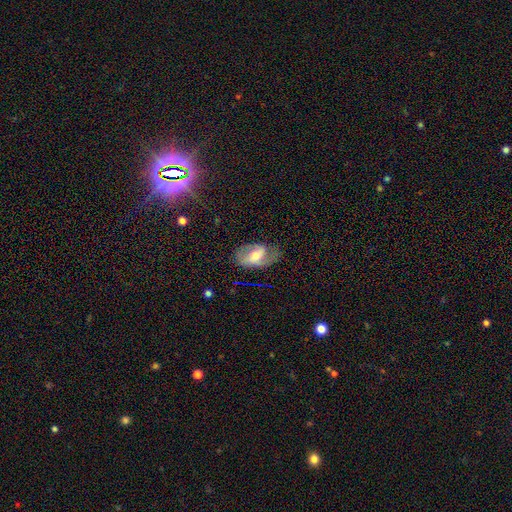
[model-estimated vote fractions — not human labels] Smooth or featured? featured or disk (67%)
Edge-on disk? no (95%)
Bar? weak (45%)
Spiral arms? yes (84%)
Spiral winding? medium (45%)
Spiral arm count? 2 (68%)
Bulge size? moderate (62%)
Merging? none (61%)